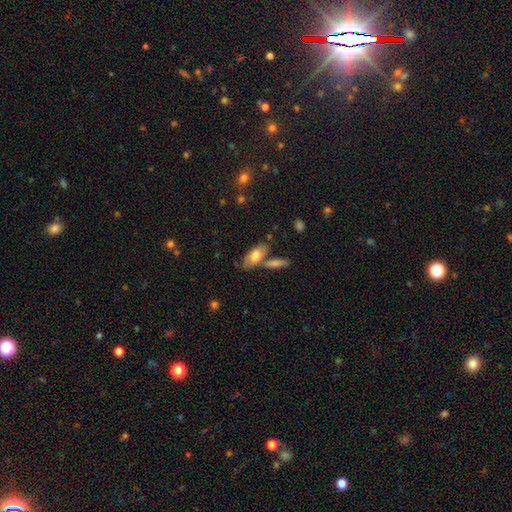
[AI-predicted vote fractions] smooth-or-featured: smooth: 69% | featured or disk: 24% | star or artifact: 6%
  how-rounded: in between: 83% | cigar-shaped: 14% | round: 3%
  merging: none: 59% | merger: 23% | minor disturbance: 14% | major disturbance: 5%